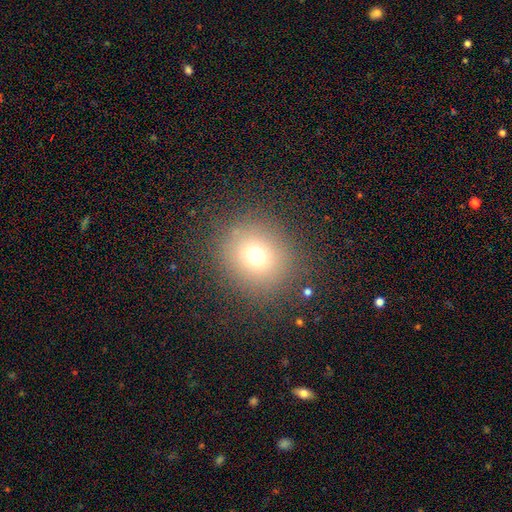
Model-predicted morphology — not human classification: Overall: smooth (70%). How rounded: round (87%). Merging: none (86%).